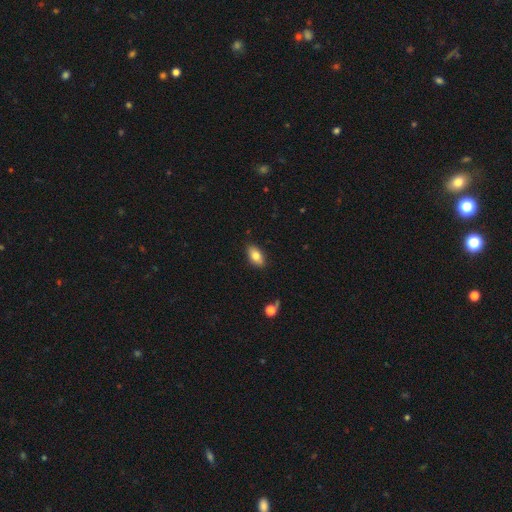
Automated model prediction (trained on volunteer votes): Smooth or featured? Predicted: smooth (p=0.79). How rounded? Predicted: in between (p=0.91). Merging? Predicted: none (p=0.87).